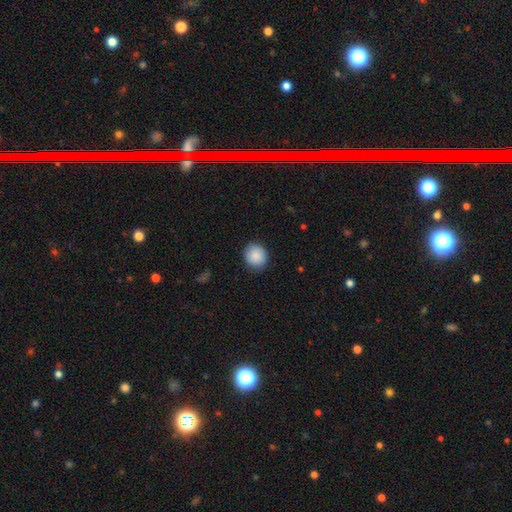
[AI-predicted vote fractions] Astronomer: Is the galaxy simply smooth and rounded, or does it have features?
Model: smooth — 88%.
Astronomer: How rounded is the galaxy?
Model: round — 81%.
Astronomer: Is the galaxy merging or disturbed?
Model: none — 85%.